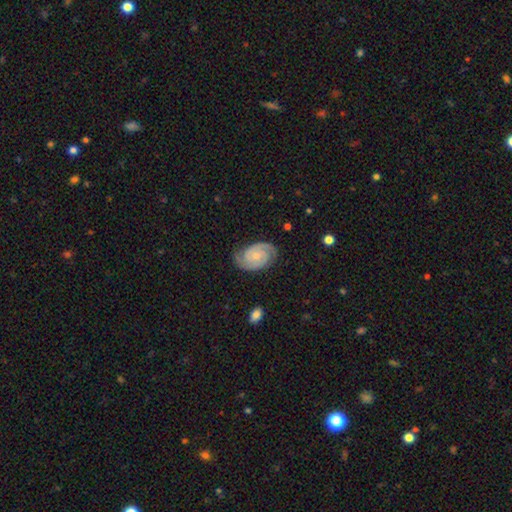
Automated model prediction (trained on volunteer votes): Smooth or featured?
  - featured or disk: 87% *
  - smooth: 8%
  - star or artifact: 5%
Edge-on disk?
  - no: 98% *
  - yes: 2%
Bar?
  - no: 68% *
  - weak: 26%
  - strong: 6%
Spiral arms?
  - yes: 98% *
  - no: 2%
Spiral winding?
  - tight: 65% *
  - medium: 30%
  - loose: 5%
Spiral arm count?
  - 2: 90% *
  - can't tell: 4%
  - 3: 3%
  - 1: 1%
  - 4: 1%
  - more than 4: 1%
Bulge size?
  - small: 62% *
  - moderate: 32%
  - none: 4%
  - large: 1%
  - dominant: 1%
Merging?
  - none: 81% *
  - minor disturbance: 14%
  - major disturbance: 4%
  - merger: 1%